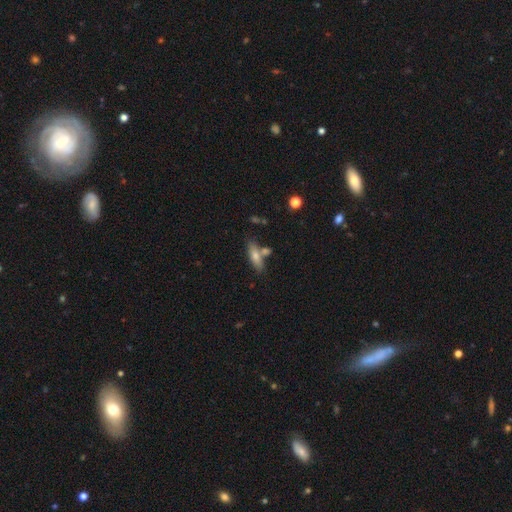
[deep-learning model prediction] smooth_or_featured: smooth (p=0.70) [alt: featured or disk p=0.22]
how_rounded: cigar-shaped (p=0.54) [alt: in between p=0.43]
merging: none (p=0.64) [alt: merger p=0.19]